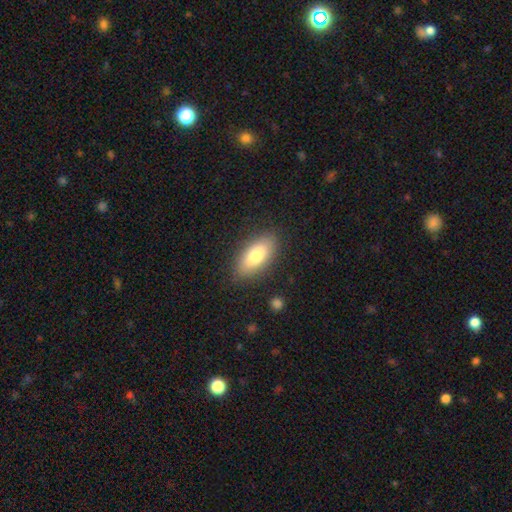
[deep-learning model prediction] A smooth galaxy with no disk features (79%) that is in between round and cigar-shaped (84%).

Vote fractions:
- Smooth or featured? smooth: 79% / featured or disk: 15% / star or artifact: 6%
- How rounded? in between: 84% / cigar-shaped: 14% / round: 2%
- Merging? none: 85% / minor disturbance: 11% / major disturbance: 3% / merger: 1%